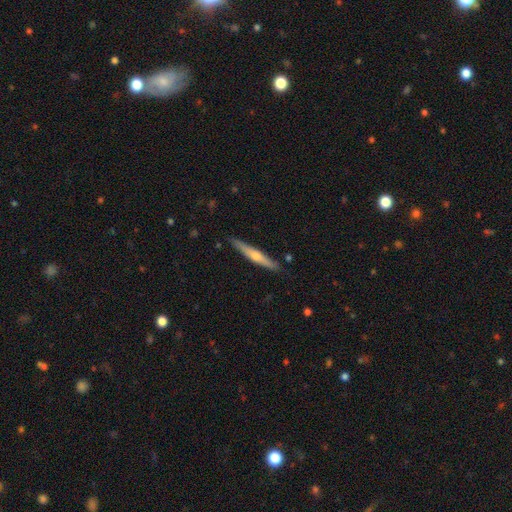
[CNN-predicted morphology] type=featured or disk (53%); edge-on=yes (95%); edge-on bulge=rounded (80%); merging=none (86%).